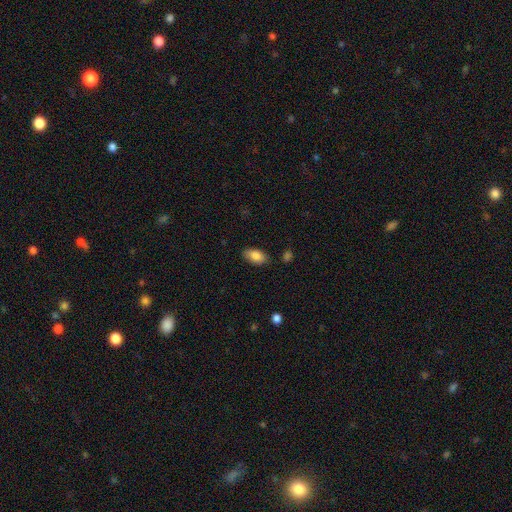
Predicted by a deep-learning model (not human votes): A smooth galaxy with no disk features (86%) that is in between round and cigar-shaped (93%).

Vote fractions:
- Smooth or featured? smooth: 86% / featured or disk: 7% / star or artifact: 7%
- How rounded? in between: 93% / round: 4% / cigar-shaped: 3%
- Merging? none: 84% / minor disturbance: 12% / major disturbance: 2% / merger: 2%